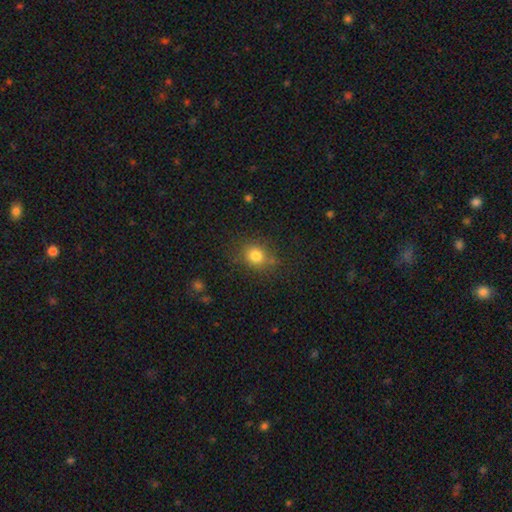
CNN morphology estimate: Overall: smooth (81%). How rounded: round (69%; in between 30%). Merging: none (76%).